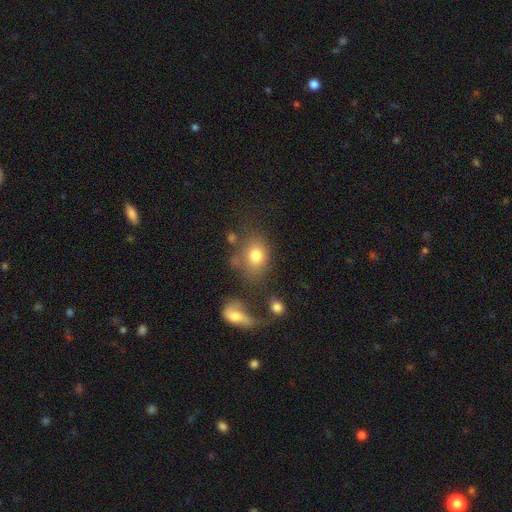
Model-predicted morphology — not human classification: Smooth or featured: smooth — 76% (featured or disk — 12%)
How rounded: in between — 54% (round — 45%)
Merging: none — 55% (minor disturbance — 18%)